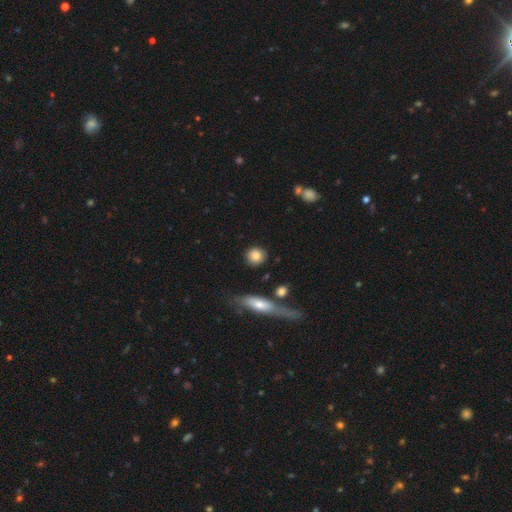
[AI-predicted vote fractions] smooth 83%, featured or disk 9%, star or artifact 8%. Down the decision tree: how rounded — round (86%); merging — none (84%).